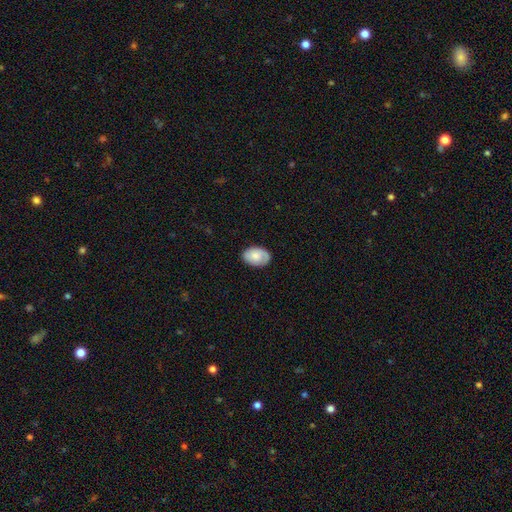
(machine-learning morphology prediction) smooth-or-featured: smooth: 68% | featured or disk: 26% | star or artifact: 7%
  how-rounded: in between: 86% | round: 13% | cigar-shaped: 1%
  merging: none: 80% | minor disturbance: 16% | major disturbance: 3% | merger: 1%